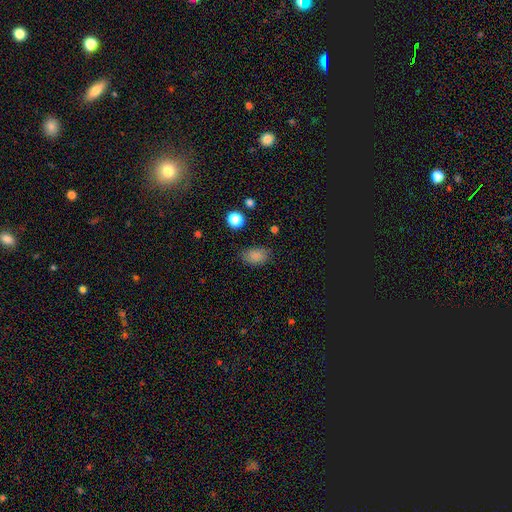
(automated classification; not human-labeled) Overall: smooth (85%). How rounded: in between (82%). Merging: none (79%).